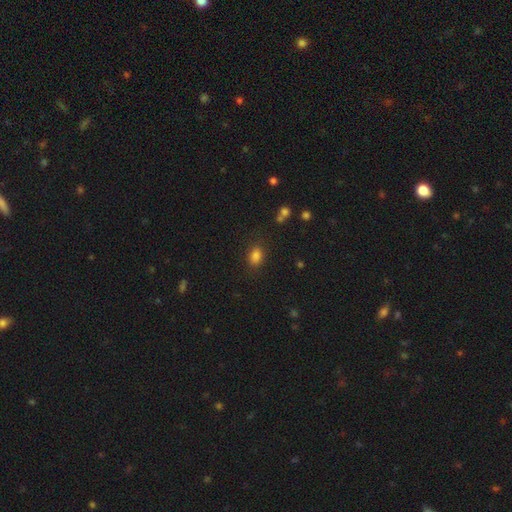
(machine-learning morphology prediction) This is clearly a smooth galaxy (83%). How rounded: likely in between (77%). Merging: clearly none (83%).